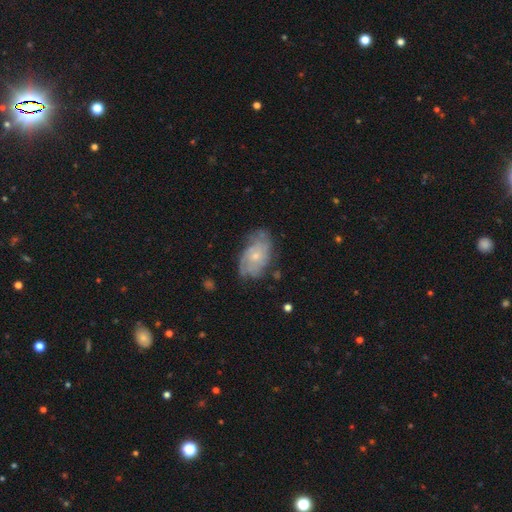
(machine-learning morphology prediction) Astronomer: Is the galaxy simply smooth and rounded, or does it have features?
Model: featured or disk — 65%.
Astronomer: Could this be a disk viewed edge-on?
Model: no — 96%.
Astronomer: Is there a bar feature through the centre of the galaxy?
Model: no — 82%.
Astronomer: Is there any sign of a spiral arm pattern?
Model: yes — 80%.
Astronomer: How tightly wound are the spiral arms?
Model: tight — 52% (runner-up: medium, 33%).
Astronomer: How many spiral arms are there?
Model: can't tell — 52%.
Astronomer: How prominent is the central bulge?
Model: small — 71%.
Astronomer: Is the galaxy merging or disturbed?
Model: none — 60%.